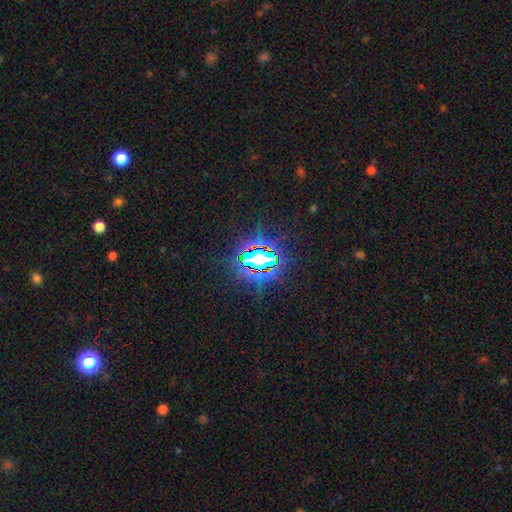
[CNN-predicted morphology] This is clearly a star or artifact rather than a galaxy (80%).